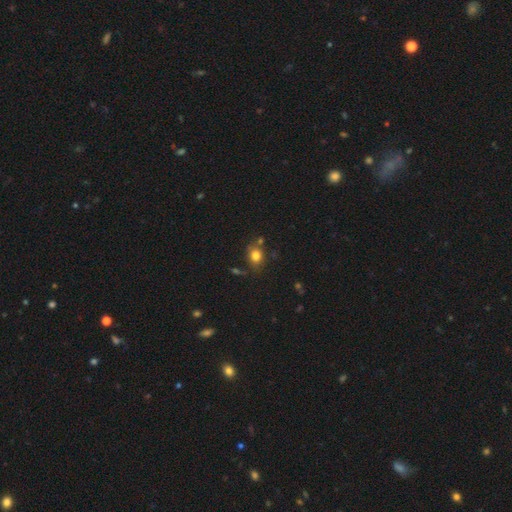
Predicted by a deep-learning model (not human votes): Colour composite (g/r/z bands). It shows a smooth galaxy with no disk features (79%) that is round (51%). Merging: none (68%).